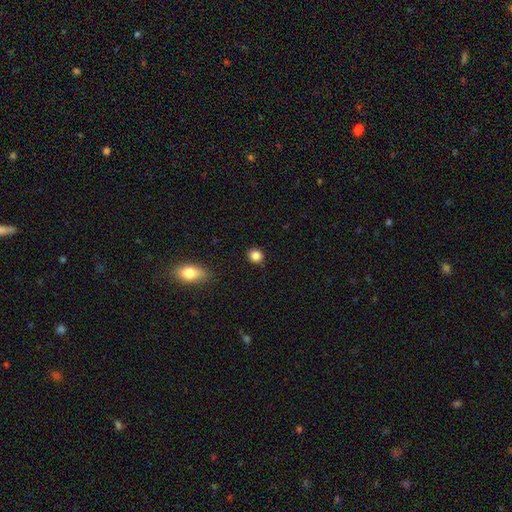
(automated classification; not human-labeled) A smooth galaxy with no disk features (85%) that is round (86%). Merging: none (89%).